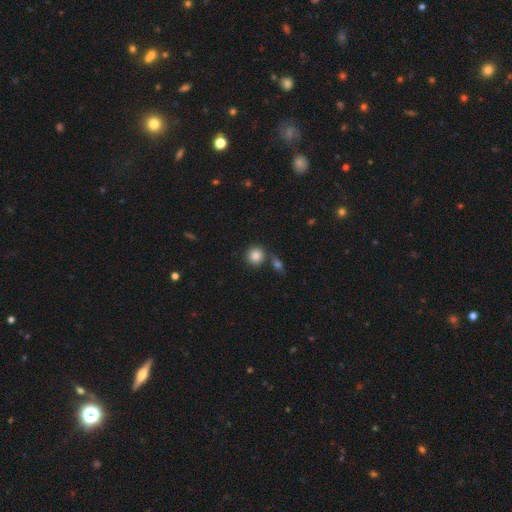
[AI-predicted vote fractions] Smooth or featured?
  - smooth: 86% *
  - star or artifact: 9%
  - featured or disk: 5%
How rounded?
  - round: 89% *
  - in between: 10%
  - cigar-shaped: 1%
Merging?
  - none: 71% *
  - merger: 16%
  - minor disturbance: 10%
  - major disturbance: 4%